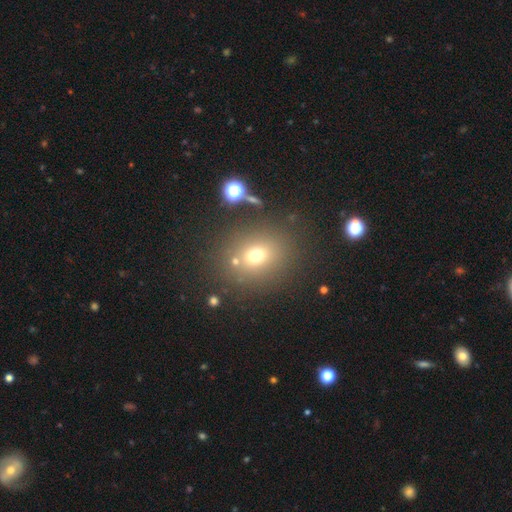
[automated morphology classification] smooth_or_featured: smooth (p=0.67) [alt: star or artifact p=0.21]
how_rounded: round (p=0.65) [alt: in between p=0.34]
merging: none (p=0.78) [alt: minor disturbance p=0.10]